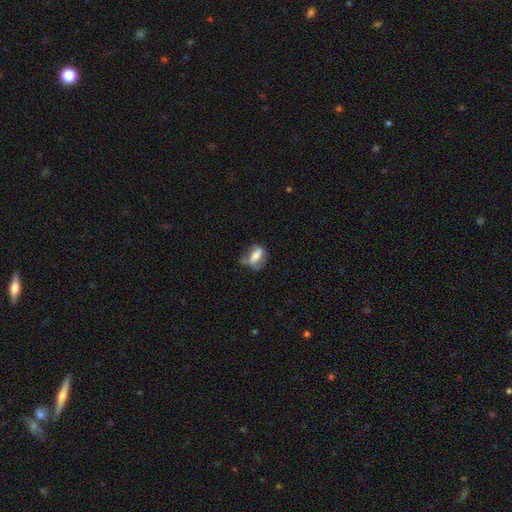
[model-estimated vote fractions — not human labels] A smooth galaxy with no disk features (54%) that is in between round and cigar-shaped (78%). Merging: none (38%).